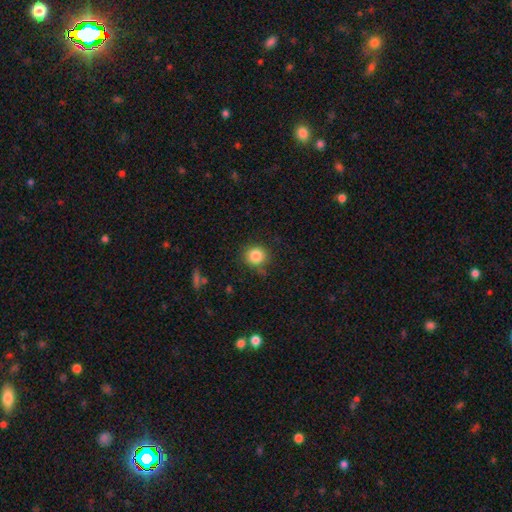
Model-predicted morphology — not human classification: This is clearly a smooth galaxy (84%). How rounded: clearly round (91%). Merging: clearly none (81%).